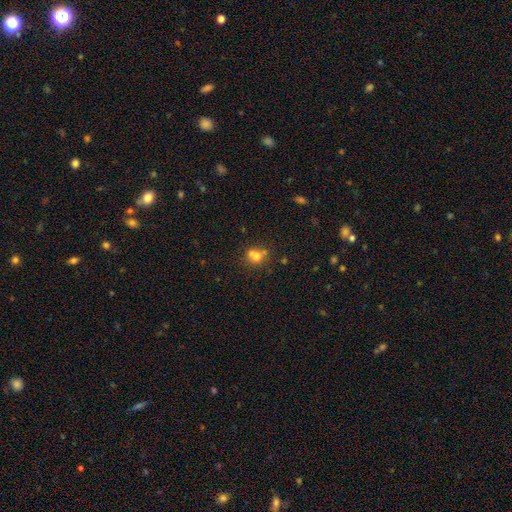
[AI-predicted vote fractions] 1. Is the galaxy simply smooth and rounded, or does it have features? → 67% smooth, 18% featured or disk, 15% star or artifact.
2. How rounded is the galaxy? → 71% round, 27% in between, 1% cigar-shaped.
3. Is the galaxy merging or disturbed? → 47% merger, 38% none, 10% minor disturbance, 5% major disturbance.